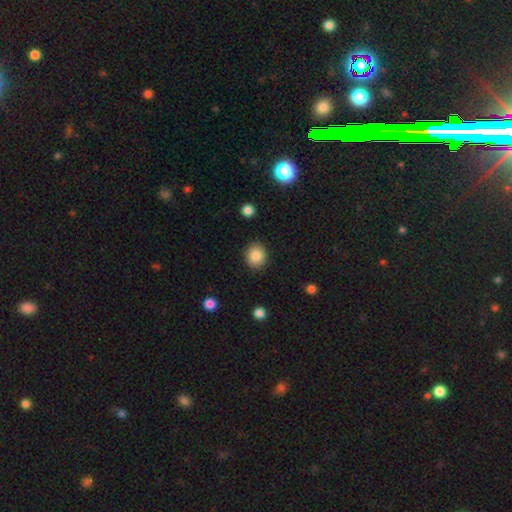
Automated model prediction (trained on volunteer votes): Smooth or featured? Predicted: smooth (p=0.87). How rounded? Predicted: round (p=0.71). Merging? Predicted: none (p=0.88).